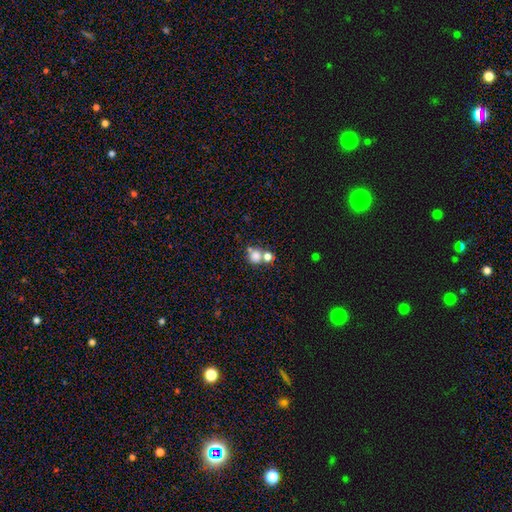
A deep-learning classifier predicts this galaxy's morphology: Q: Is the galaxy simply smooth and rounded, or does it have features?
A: smooth — 74%.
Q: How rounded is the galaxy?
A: round — 79%.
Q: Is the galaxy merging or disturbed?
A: none — 47%.